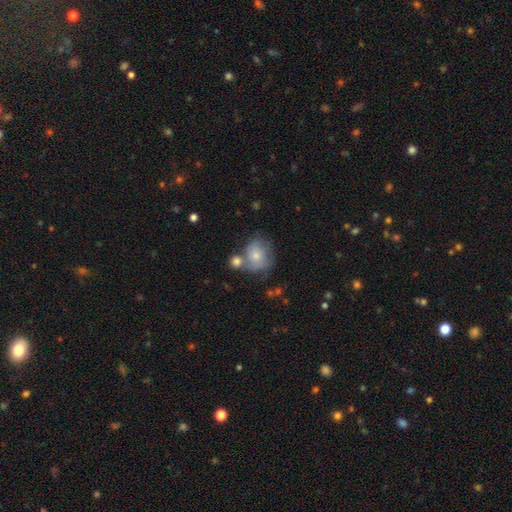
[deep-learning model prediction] A smooth galaxy with no disk features (70%) that is round (67%). Merging: none (42%).